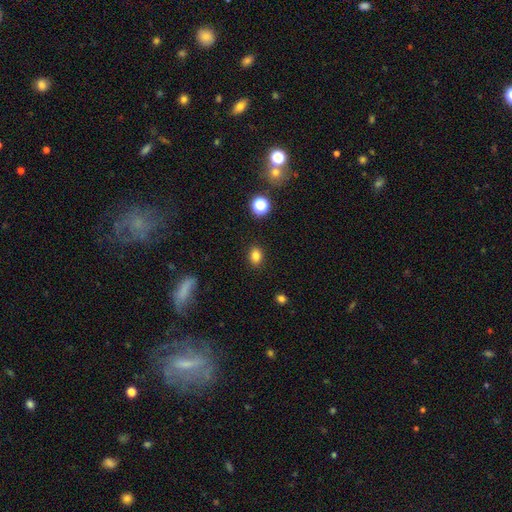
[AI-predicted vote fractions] This appears to be a smooth galaxy with no disk features (82%) that is in between round and cigar-shaped (64%). Merging: none (88%).